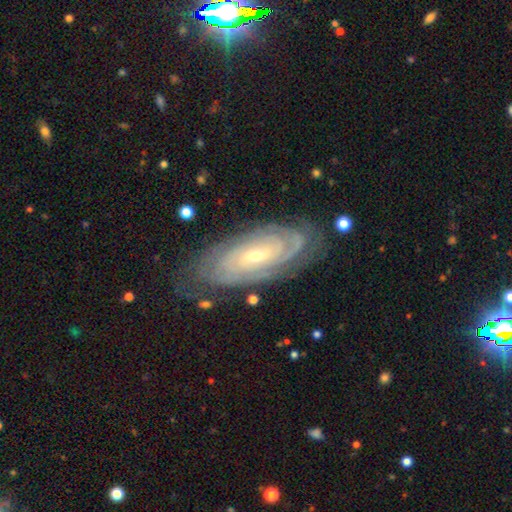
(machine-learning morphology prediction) A featured or disk galaxy (87%) with no bar (55%), tight (81%) spiral arms (97%) and a small central bulge (71%).

Vote fractions:
- Smooth or featured? featured or disk: 87% / smooth: 7% / star or artifact: 6%
- Edge-on disk? no: 92% / yes: 8%
- Bar? no: 55% / weak: 32% / strong: 13%
- Spiral arms? yes: 97% / no: 3%
- Spiral winding? tight: 81% / medium: 16% / loose: 3%
- Spiral arm count? can't tell: 38% / 2: 20% / 3: 15% / 4: 14% / more than 4: 8% / 1: 5%
- Bulge size? small: 71% / moderate: 26% / large: 1% / none: 1% / dominant: 1%
- Merging? none: 77% / minor disturbance: 16% / major disturbance: 5% / merger: 2%